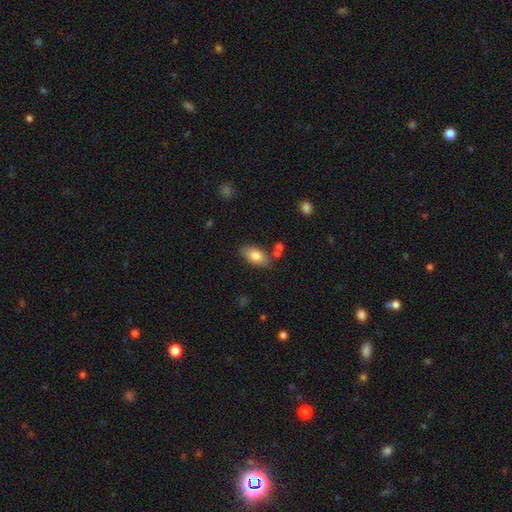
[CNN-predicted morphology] Overall: smooth (81%). How rounded: in between (93%). Merging: none (77%).